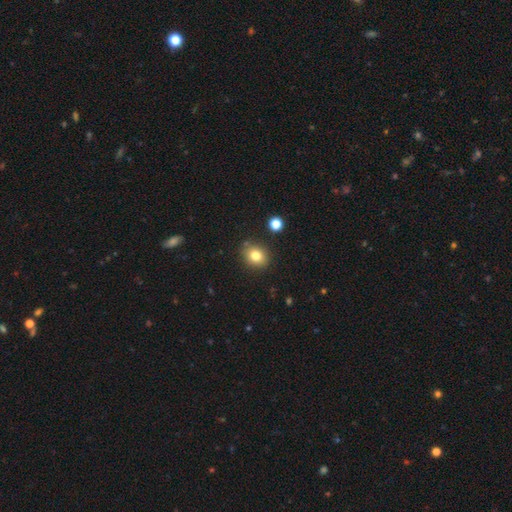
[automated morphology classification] The model was most divided on "how rounded": round: 65%, in between: 34%, cigar-shaped: 1%. More confident: merging — none (84%); smooth or featured — smooth (80%).